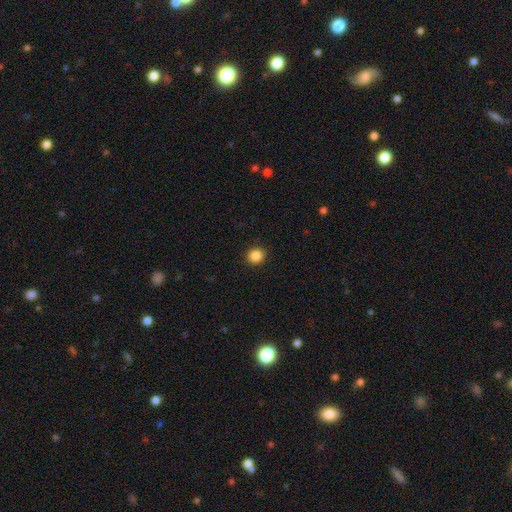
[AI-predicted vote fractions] smooth 87%, star or artifact 10%, featured or disk 3%. Down the decision tree: how rounded — round (83%); merging — none (92%).